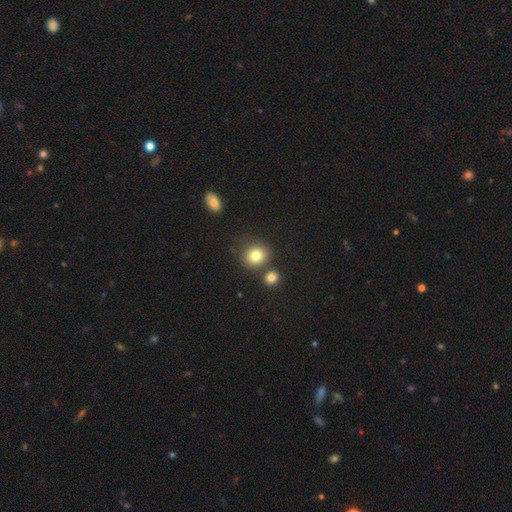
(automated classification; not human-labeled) This appears to be a smooth galaxy with no disk features (81%) that is round (83%). Merging: none (71%).